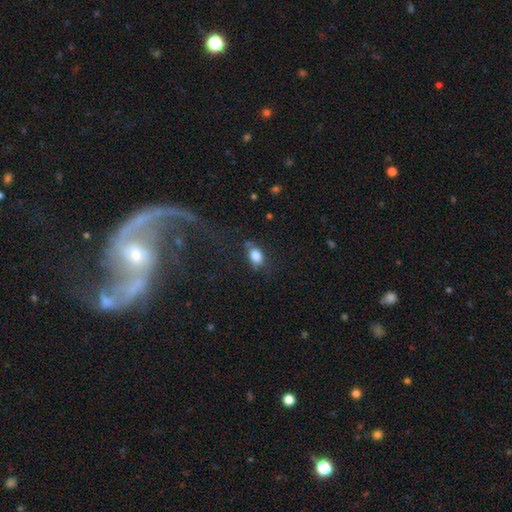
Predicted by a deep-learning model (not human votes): This appears to be a smooth galaxy with no disk features (82%) that is in between round and cigar-shaped (82%). Merging: none (67%).